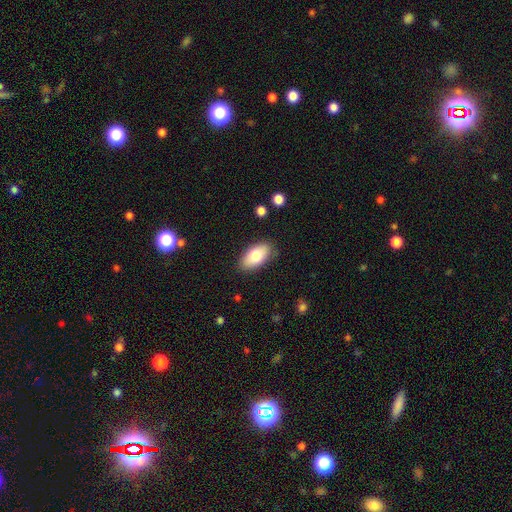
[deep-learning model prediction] Q: Smooth or featured?
A: smooth (77%); runner-up: featured or disk (17%)
Q: How rounded?
A: in between (93%); runner-up: cigar-shaped (4%)
Q: Merging?
A: none (85%); runner-up: minor disturbance (11%)